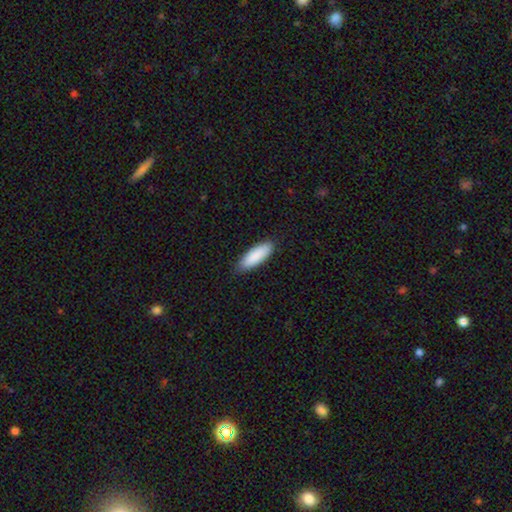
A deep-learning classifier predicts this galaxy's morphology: Smooth or featured?
  - smooth: 89% *
  - featured or disk: 5%
  - star or artifact: 5%
How rounded?
  - in between: 59% *
  - cigar-shaped: 39%
  - round: 1%
Merging?
  - none: 84% *
  - minor disturbance: 13%
  - major disturbance: 2%
  - merger: 1%